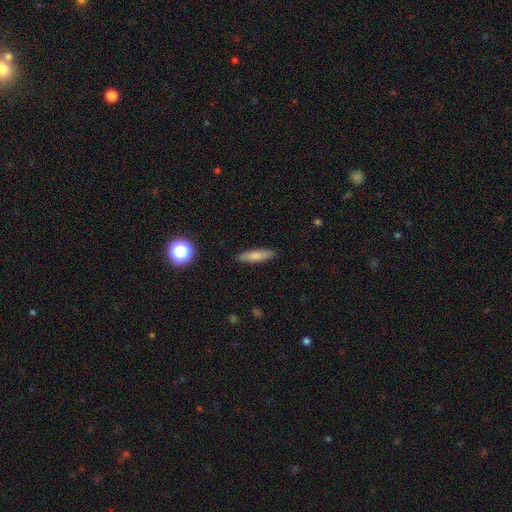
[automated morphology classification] Q: Smooth or featured?
A: smooth (78%); runner-up: featured or disk (14%)
Q: How rounded?
A: cigar-shaped (71%); runner-up: in between (27%)
Q: Merging?
A: none (88%); runner-up: minor disturbance (8%)